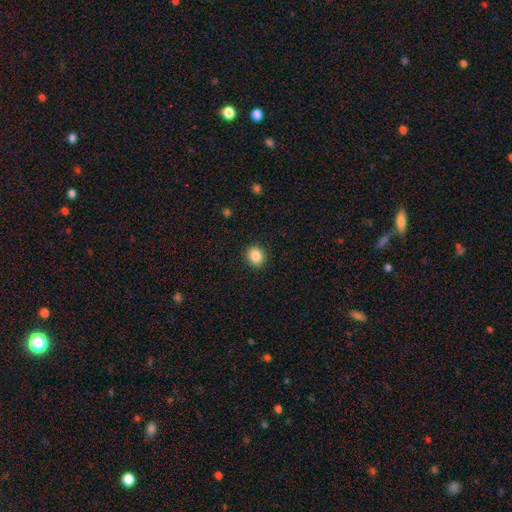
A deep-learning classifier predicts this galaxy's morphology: A smooth galaxy with no disk features (86%) that is round (81%).

Vote fractions:
- Smooth or featured? smooth: 86% / star or artifact: 10% / featured or disk: 4%
- How rounded? round: 81% / in between: 19% / cigar-shaped: 1%
- Merging? none: 91% / minor disturbance: 6% / major disturbance: 2% / merger: 1%